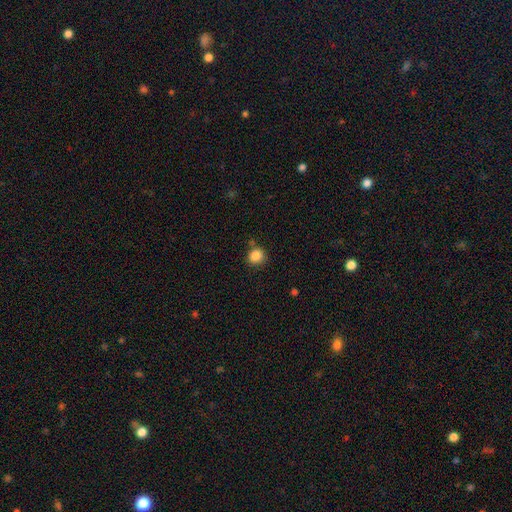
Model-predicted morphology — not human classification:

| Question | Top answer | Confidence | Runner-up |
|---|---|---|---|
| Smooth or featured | smooth | 86% | star or artifact (10%) |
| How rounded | round | 85% | in between (14%) |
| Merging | none | 79% | minor disturbance (12%) |